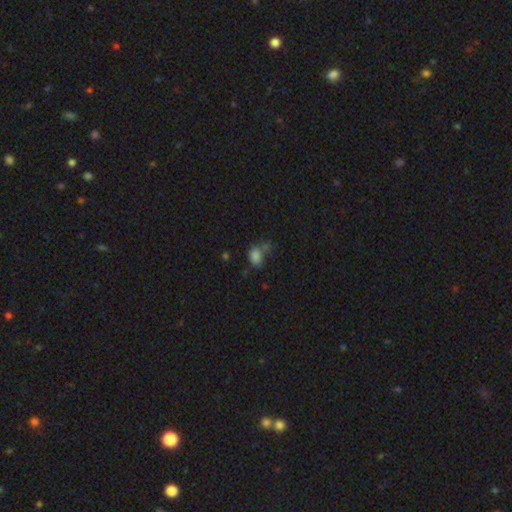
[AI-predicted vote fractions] Overall: smooth (80%). How rounded: in between (70%). Merging: none (47%; minor disturbance 23%).